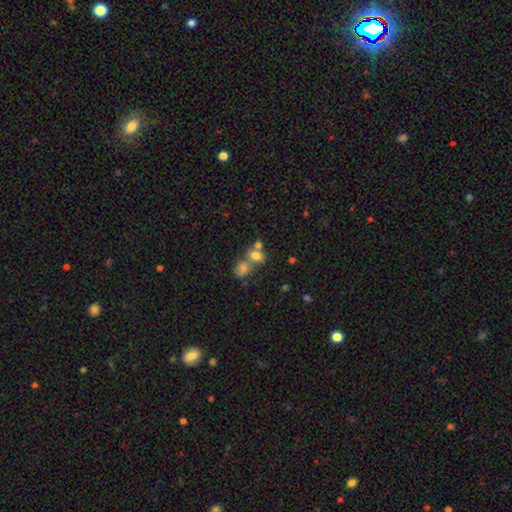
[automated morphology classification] Smooth or featured?
  - smooth: 73% *
  - star or artifact: 14%
  - featured or disk: 13%
How rounded?
  - round: 49% * (tied)
  - in between: 49% * (tied)
  - cigar-shaped: 2%
Merging?
  - merger: 49% *
  - none: 36%
  - minor disturbance: 9%
  - major disturbance: 5%